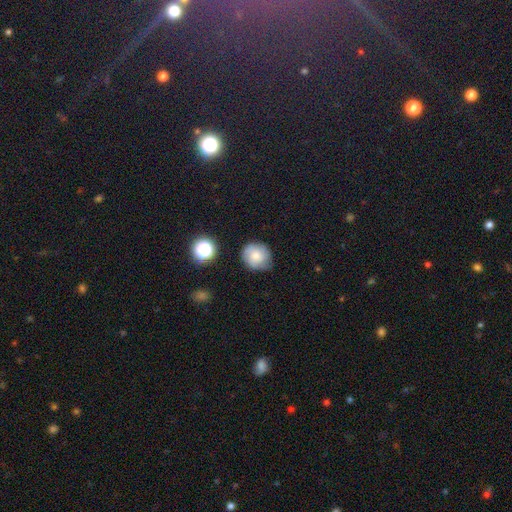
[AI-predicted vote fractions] Morphology: type=smooth (54%); roundness=round (80%); merging=none (71%).